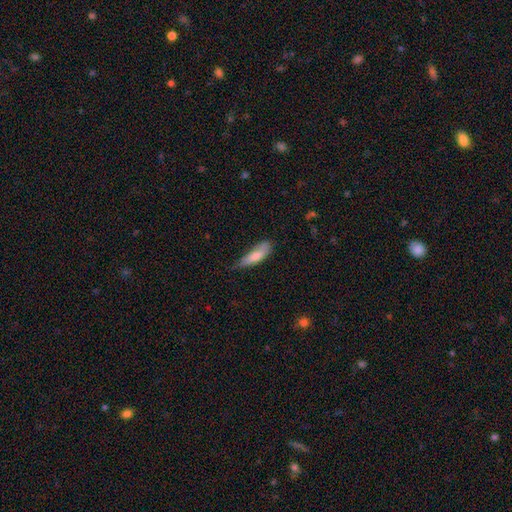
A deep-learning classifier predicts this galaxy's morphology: This appears to be a smooth galaxy with no disk features (78%) that is cigar-shaped (52%). Merging: minor disturbance (44%).